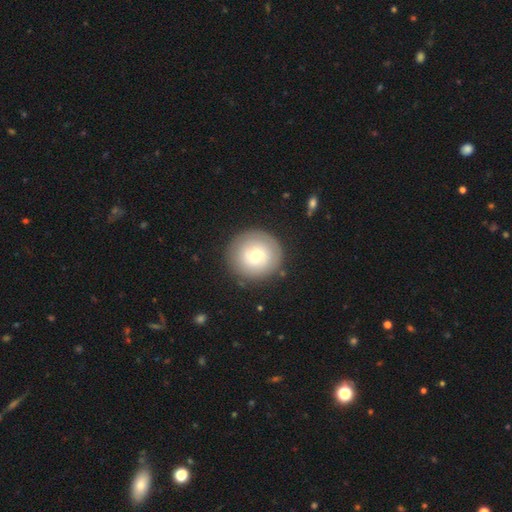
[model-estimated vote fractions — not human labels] A smooth galaxy with no disk features (63%) that is round (95%). Merging: none (86%).